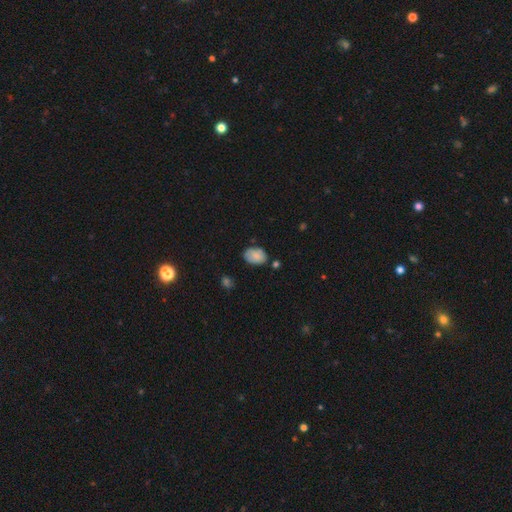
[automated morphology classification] smooth 80%, featured or disk 12%, star or artifact 8%. Down the decision tree: how rounded — in between (86%); merging — none (68%).